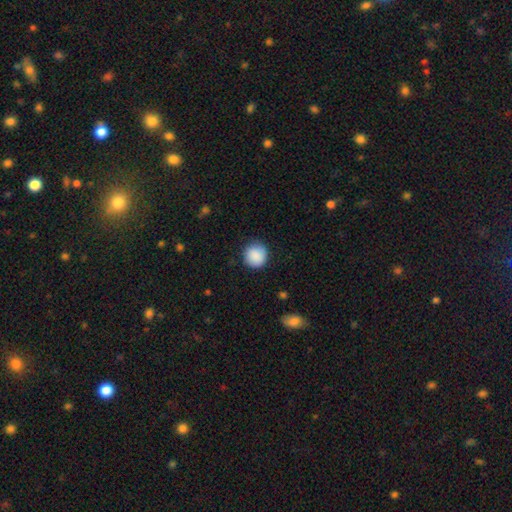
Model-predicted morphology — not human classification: This appears to be a smooth galaxy with no disk features (89%) that is round (91%). Merging: none (85%).